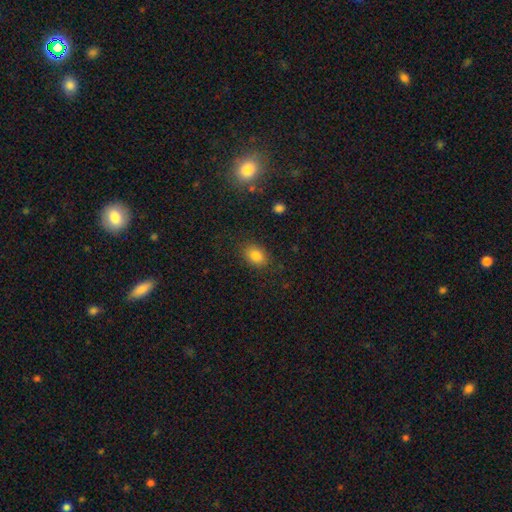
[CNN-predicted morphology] Smooth or featured: smooth — 84% (star or artifact — 10%)
How rounded: in between — 75% (round — 24%)
Merging: none — 83% (minor disturbance — 12%)